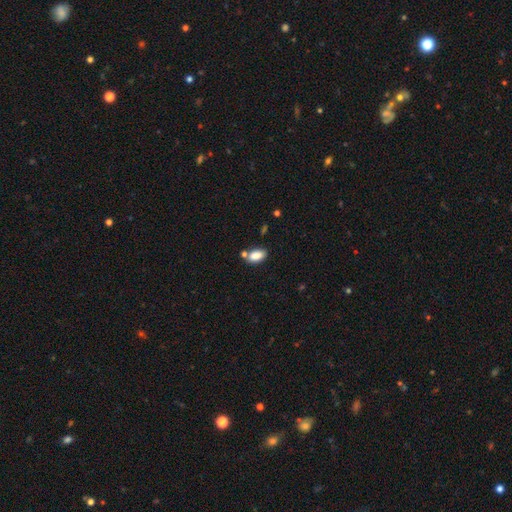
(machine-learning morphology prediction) Smooth or featured? Predicted: smooth (p=0.85). How rounded? Predicted: in between (p=0.92). Merging? Predicted: none (p=0.65).